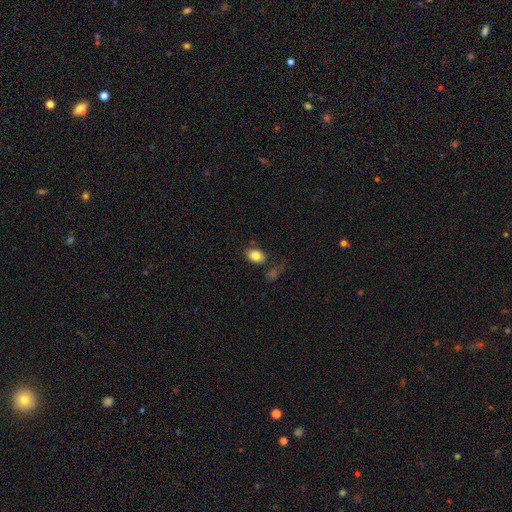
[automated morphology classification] Smooth or featured? Predicted: smooth (p=0.84). How rounded? Predicted: in between (p=0.76). Merging? Predicted: none (p=0.72).